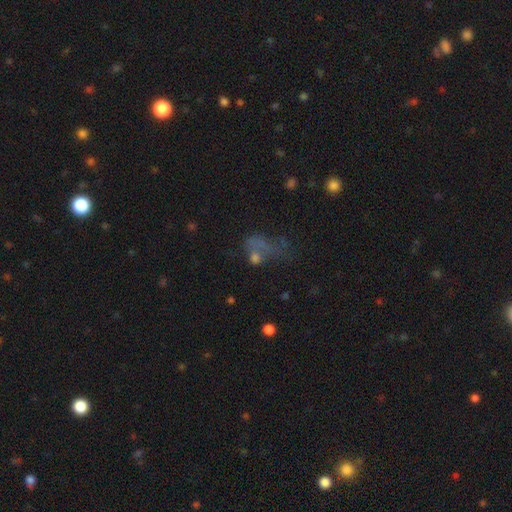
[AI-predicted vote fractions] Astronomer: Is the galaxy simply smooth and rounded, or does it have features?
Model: smooth — 46% (runner-up: star or artifact, 29%).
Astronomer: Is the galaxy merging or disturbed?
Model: major disturbance — 42% (runner-up: none, 28%).